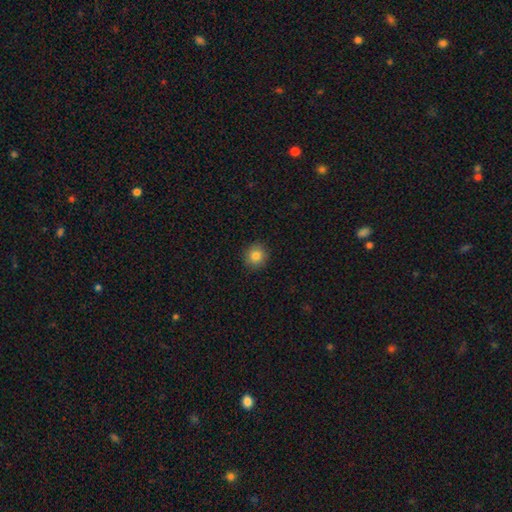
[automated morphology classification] Smooth or featured? smooth (82%)
How rounded? round (90%)
Merging? none (91%)